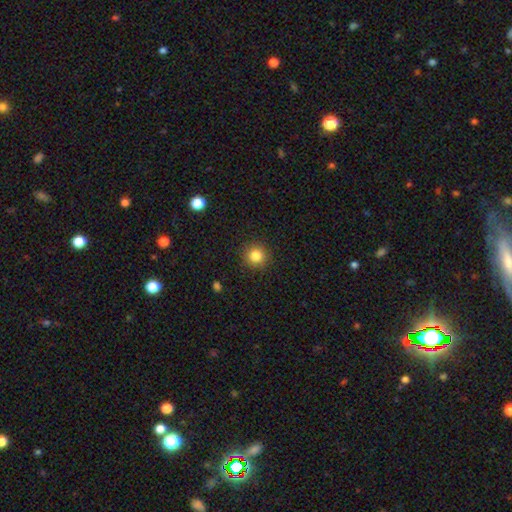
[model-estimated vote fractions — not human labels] Smooth or featured: smooth — 83% (star or artifact — 12%)
How rounded: round — 94% (in between — 5%)
Merging: none — 91% (minor disturbance — 6%)